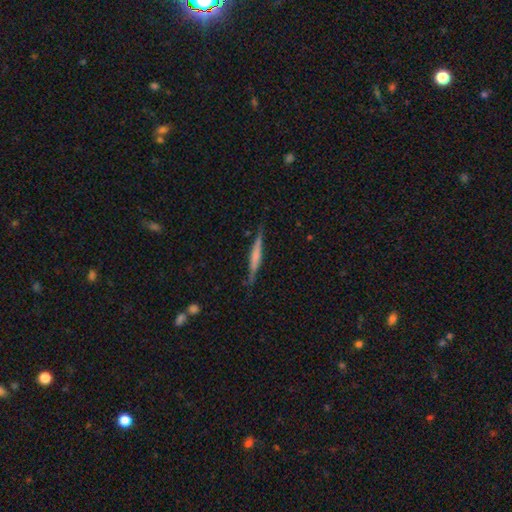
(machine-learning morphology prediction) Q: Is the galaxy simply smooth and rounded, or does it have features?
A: featured or disk — 57%.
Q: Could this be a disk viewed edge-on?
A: yes — 97%.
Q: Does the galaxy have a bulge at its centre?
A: none — 35%.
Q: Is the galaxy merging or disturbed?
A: none — 84%.